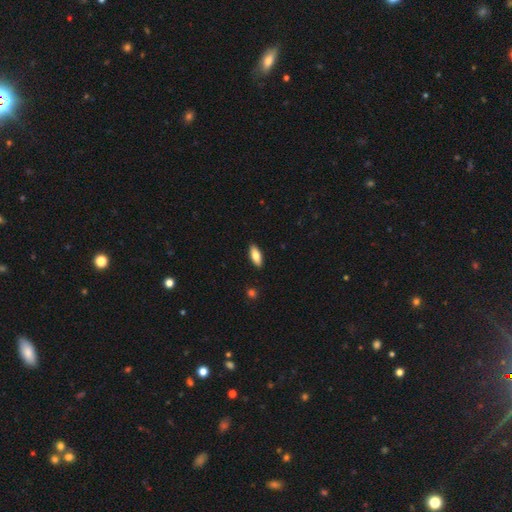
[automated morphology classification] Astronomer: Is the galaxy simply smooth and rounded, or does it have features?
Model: smooth — 79%.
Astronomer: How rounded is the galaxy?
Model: in between — 77%.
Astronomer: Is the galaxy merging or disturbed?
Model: none — 90%.